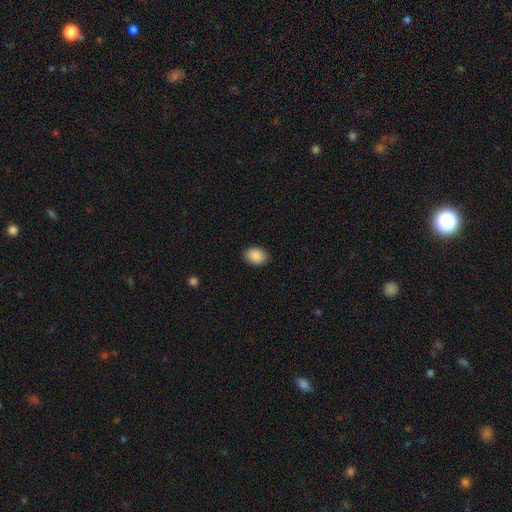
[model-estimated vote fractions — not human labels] Smooth or featured? smooth (90%)
How rounded? in between (74%)
Merging? none (89%)